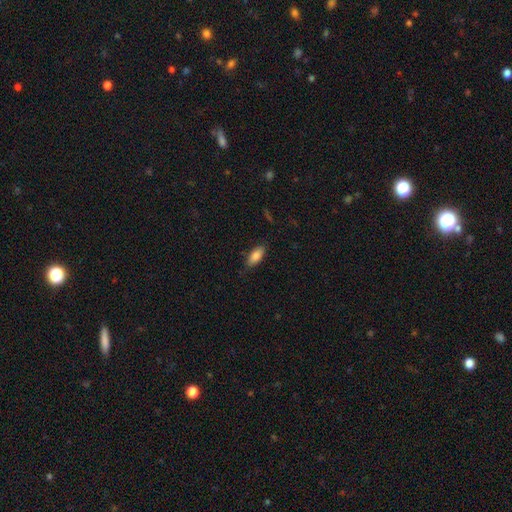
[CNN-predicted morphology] Q: Smooth or featured?
A: smooth (84%); runner-up: featured or disk (9%)
Q: How rounded?
A: in between (85%); runner-up: cigar-shaped (13%)
Q: Merging?
A: none (78%); runner-up: minor disturbance (17%)